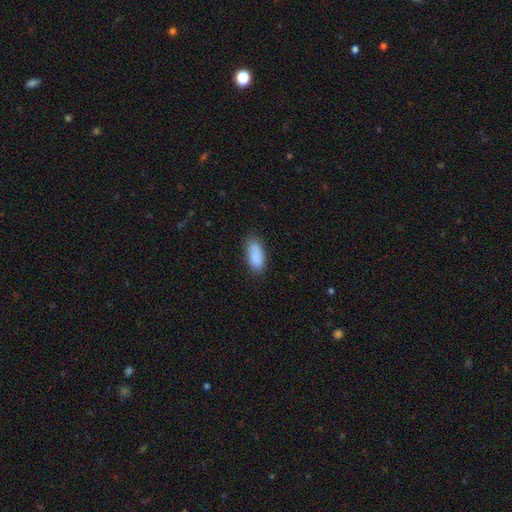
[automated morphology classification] Smooth or featured: smooth — 88% (star or artifact — 7%)
How rounded: in between — 89% (cigar-shaped — 9%)
Merging: none — 79% (minor disturbance — 16%)